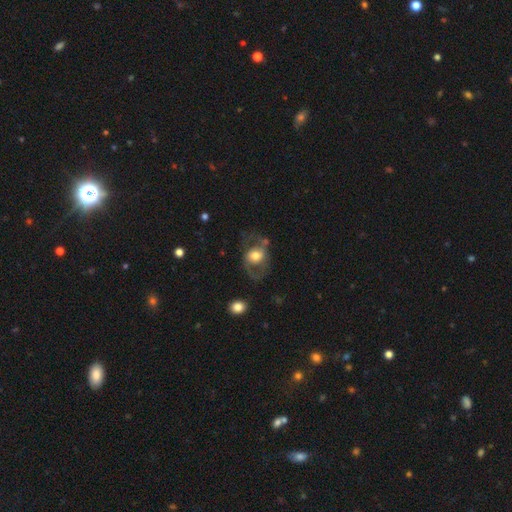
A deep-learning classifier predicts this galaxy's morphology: The model was most divided on "smooth or featured": featured or disk: 50%, smooth: 44%, star or artifact: 7%. More confident: merging — none (53%).